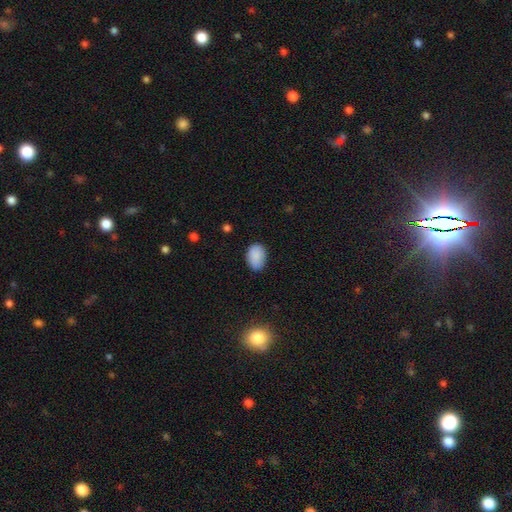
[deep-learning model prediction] A smooth galaxy with no disk features (88%) that is in between round and cigar-shaped (82%).

Vote fractions:
- Smooth or featured? smooth: 88% / star or artifact: 8% / featured or disk: 4%
- How rounded? in between: 82% / round: 17% / cigar-shaped: 1%
- Merging? none: 76% / minor disturbance: 20% / major disturbance: 3% / merger: 1%